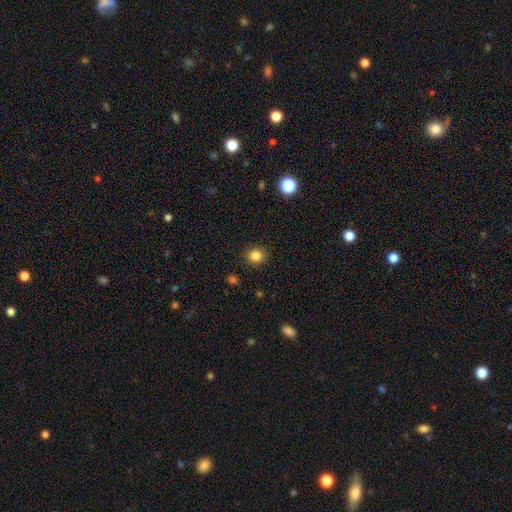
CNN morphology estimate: type=smooth (84%); roundness=round (88%); merging=none (91%).